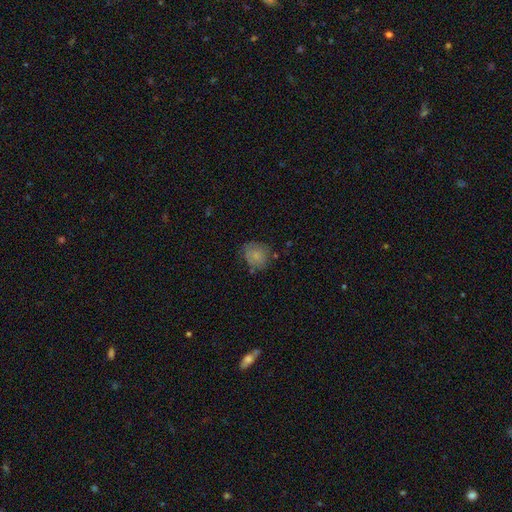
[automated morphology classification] smooth 77%, featured or disk 14%, star or artifact 9%. Down the decision tree: how rounded — round (72%); merging — none (65%).